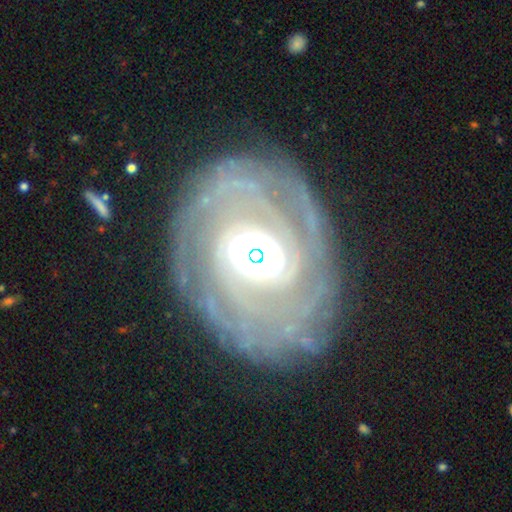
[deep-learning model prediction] This is clearly a featured or disk galaxy (86%). It is clearly not viewed edge-on (97%). Bar: possibly no (56%). Spiral arm pattern: clearly yes (93%). Spiral arm count: marginally can't tell (33%). Spiral winding: likely tight (79%). Central bulge: marginally moderate (44%). Merging: likely none (79%).